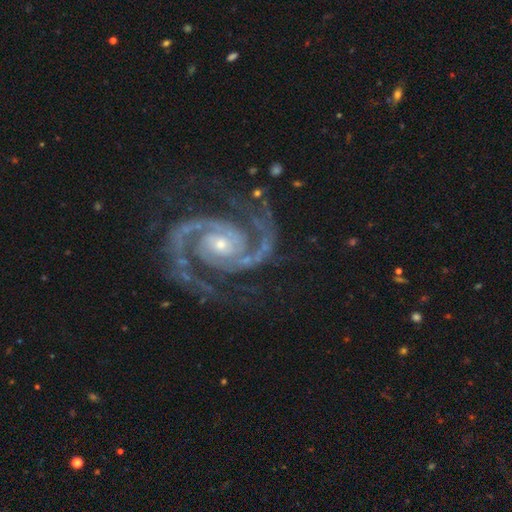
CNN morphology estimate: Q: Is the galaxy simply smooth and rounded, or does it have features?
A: featured or disk — 94%.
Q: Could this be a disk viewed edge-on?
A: no — 98%.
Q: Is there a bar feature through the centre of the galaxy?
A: no — 61%.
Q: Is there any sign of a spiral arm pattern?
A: yes — 99%.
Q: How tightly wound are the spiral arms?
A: medium — 49%.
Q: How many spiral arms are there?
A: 2 — 93%.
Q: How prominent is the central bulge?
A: small — 60%.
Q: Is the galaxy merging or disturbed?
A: none — 79%.